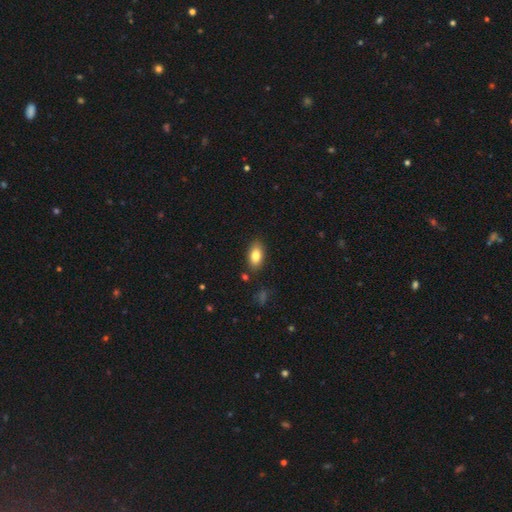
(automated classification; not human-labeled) A smooth galaxy with no disk features (83%) that is in between round and cigar-shaped (90%). Merging: none (85%).